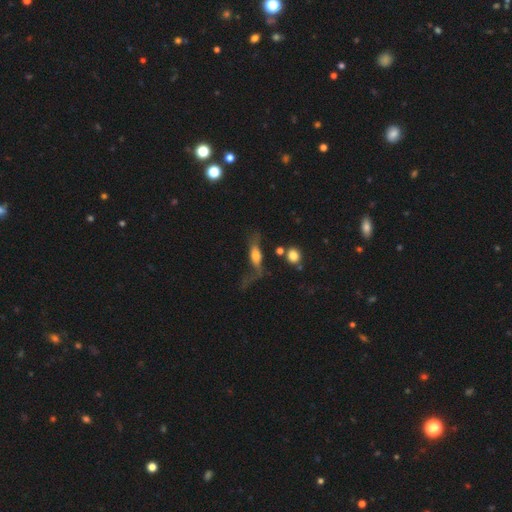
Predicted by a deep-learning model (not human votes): Smooth or featured: featured or disk — 49% (smooth — 41%)
Merging: none — 36% (major disturbance — 35%)